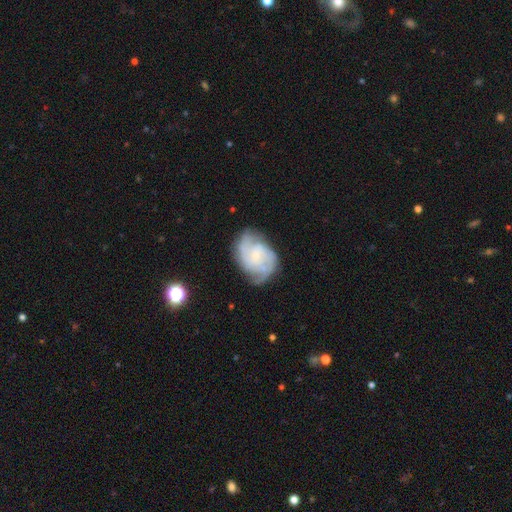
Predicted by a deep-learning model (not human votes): Overall: featured or disk (79%). Edge-on disk: no (98%). Bar: no (58%; weak 36%). Spiral arms: yes (95%). Spiral arm count: 2 (59%). Spiral winding: medium (47%; tight 37%). Bulge size: small (64%). Merging: none (66%).